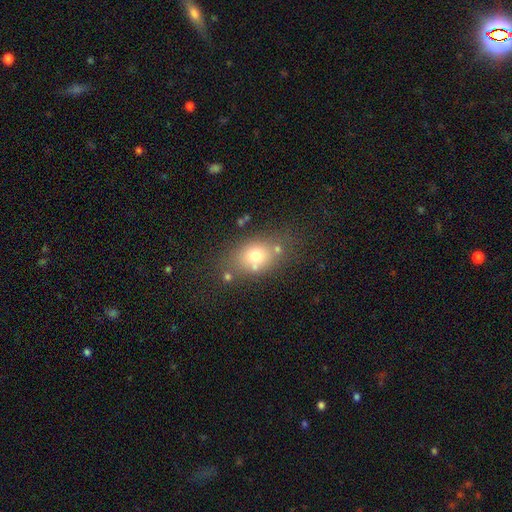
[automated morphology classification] Smooth or featured? Predicted: smooth (p=0.71). How rounded? Predicted: in between (p=0.63). Merging? Predicted: none (p=0.62).